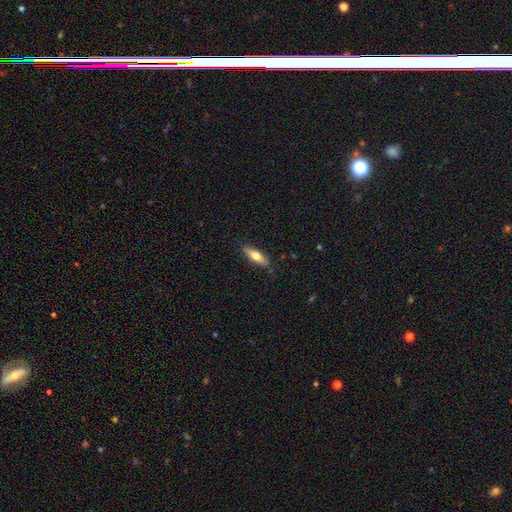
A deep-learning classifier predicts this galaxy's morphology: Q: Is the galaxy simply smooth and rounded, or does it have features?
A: smooth — 61%.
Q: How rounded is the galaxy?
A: cigar-shaped — 53%.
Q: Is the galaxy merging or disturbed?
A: none — 84%.